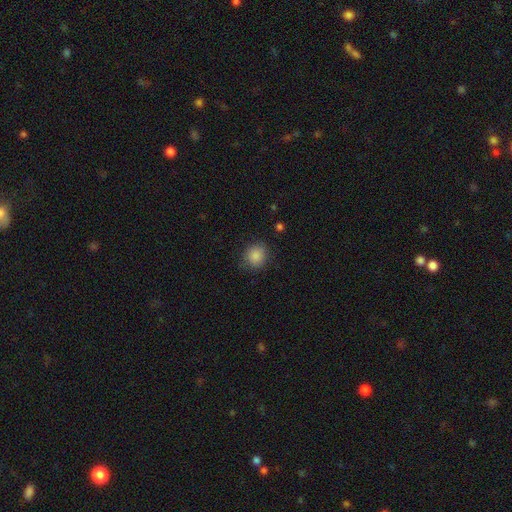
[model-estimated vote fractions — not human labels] Smooth or featured? smooth (87%)
How rounded? round (80%)
Merging? none (82%)